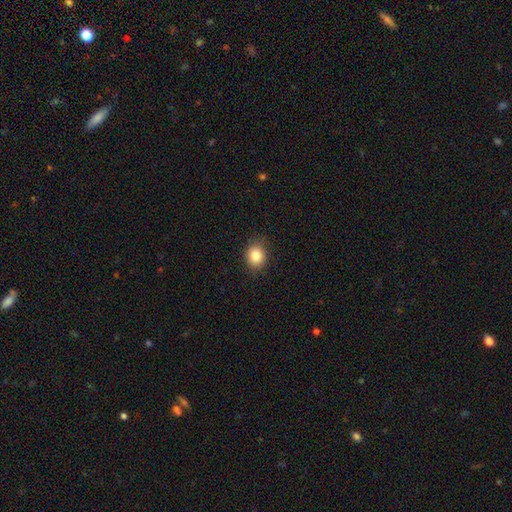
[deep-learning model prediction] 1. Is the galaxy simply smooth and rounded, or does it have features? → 83% smooth, 10% star or artifact, 6% featured or disk.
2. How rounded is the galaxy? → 62% round, 37% in between, 1% cigar-shaped.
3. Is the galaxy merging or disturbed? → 87% none, 10% minor disturbance, 2% major disturbance, 1% merger.